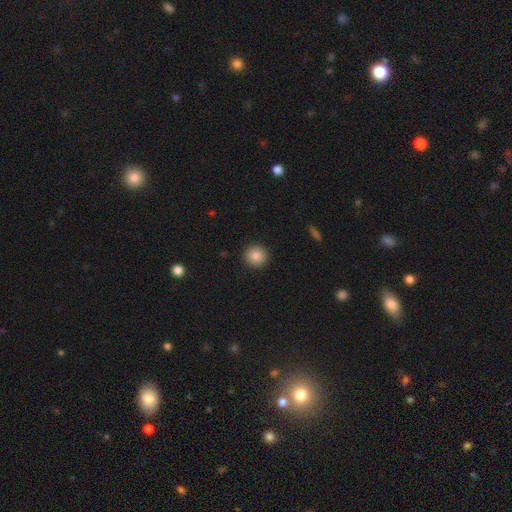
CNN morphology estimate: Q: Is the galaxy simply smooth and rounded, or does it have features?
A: smooth — 85%.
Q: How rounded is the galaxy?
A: round — 94%.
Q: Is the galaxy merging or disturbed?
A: none — 92%.